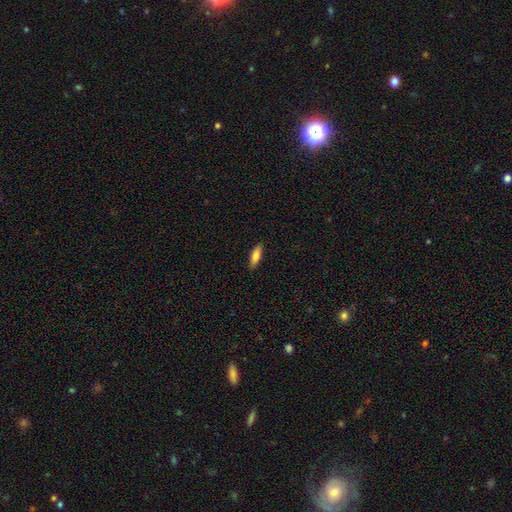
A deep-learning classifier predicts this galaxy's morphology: Smooth or featured? Predicted: smooth (p=0.79). How rounded? Predicted: cigar-shaped (p=0.51). Merging? Predicted: none (p=0.89).